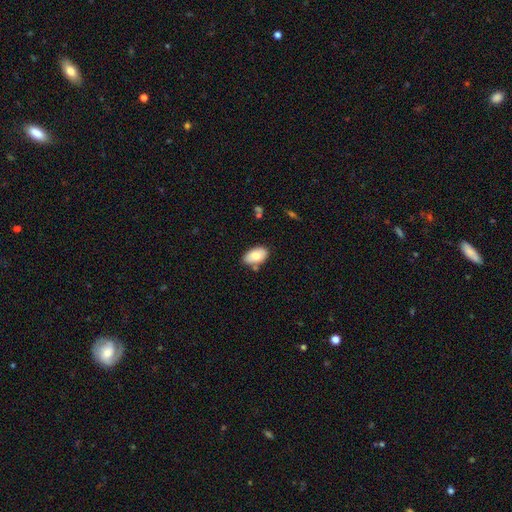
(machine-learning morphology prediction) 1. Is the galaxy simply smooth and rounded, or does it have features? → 75% smooth, 18% featured or disk, 7% star or artifact.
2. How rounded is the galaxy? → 93% in between, 6% round, 1% cigar-shaped.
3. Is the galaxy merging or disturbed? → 76% none, 15% minor disturbance, 7% merger, 3% major disturbance.